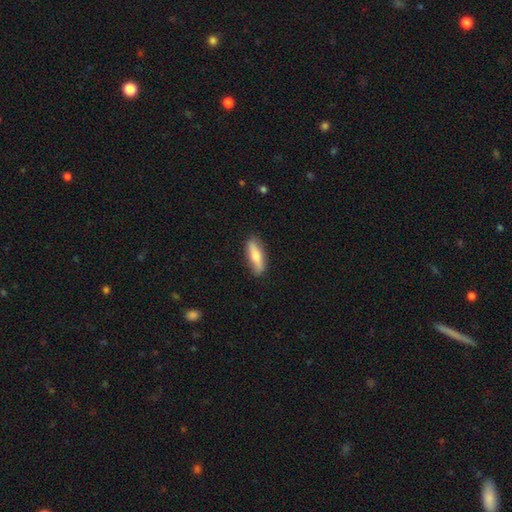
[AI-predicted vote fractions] A smooth galaxy with no disk features (68%) that is cigar-shaped (54%).

Vote fractions:
- Smooth or featured? smooth: 68% / featured or disk: 27% / star or artifact: 5%
- How rounded? cigar-shaped: 54% / in between: 43% / round: 2%
- Merging? none: 83% / minor disturbance: 13% / major disturbance: 2% / merger: 1%